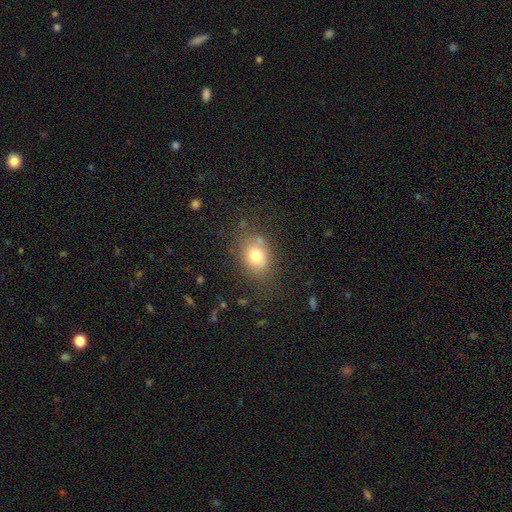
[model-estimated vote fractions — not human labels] This appears to be a smooth galaxy with no disk features (74%) that is in between round and cigar-shaped (61%). Merging: none (70%).